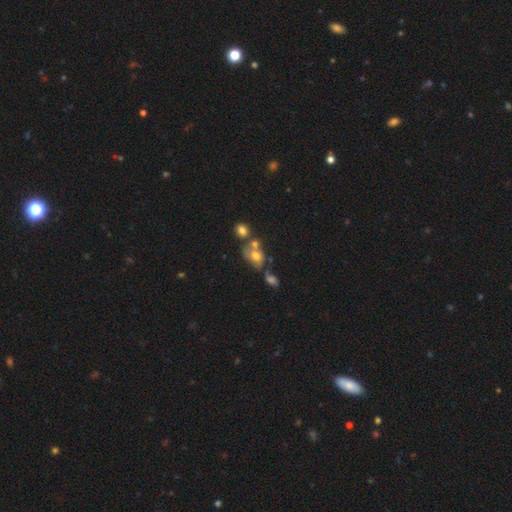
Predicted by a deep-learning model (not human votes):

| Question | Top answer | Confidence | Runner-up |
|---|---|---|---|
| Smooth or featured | smooth | 62% | featured or disk (24%) |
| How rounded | in between | 61% | round (37%) |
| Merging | merger | 38% | none (35%) |